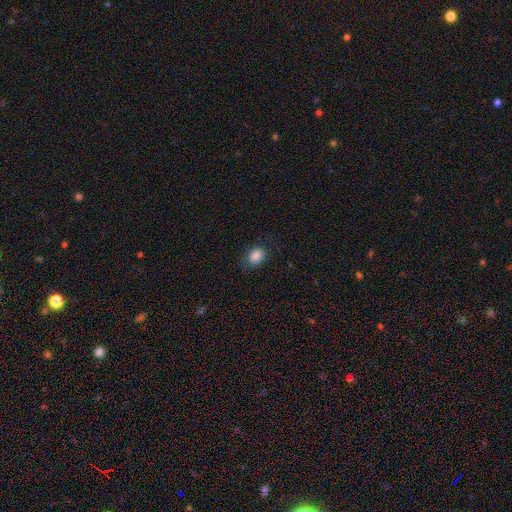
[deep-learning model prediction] smooth 86%, star or artifact 9%, featured or disk 4%. Down the decision tree: how rounded — in between (60%); merging — none (81%).